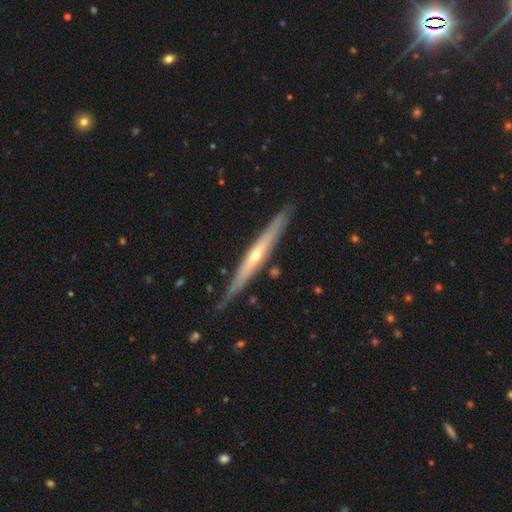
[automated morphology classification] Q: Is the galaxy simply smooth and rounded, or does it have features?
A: featured or disk — 74%.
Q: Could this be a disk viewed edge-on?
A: yes — 95%.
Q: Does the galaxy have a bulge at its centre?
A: rounded — 74%.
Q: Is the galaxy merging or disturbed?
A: none — 85%.